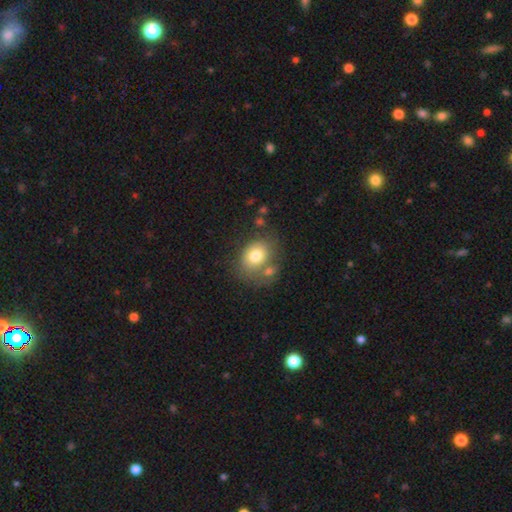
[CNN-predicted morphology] Smooth or featured: smooth — 74% (featured or disk — 17%)
How rounded: in between — 57% (round — 42%)
Merging: none — 46% (merger — 27%)